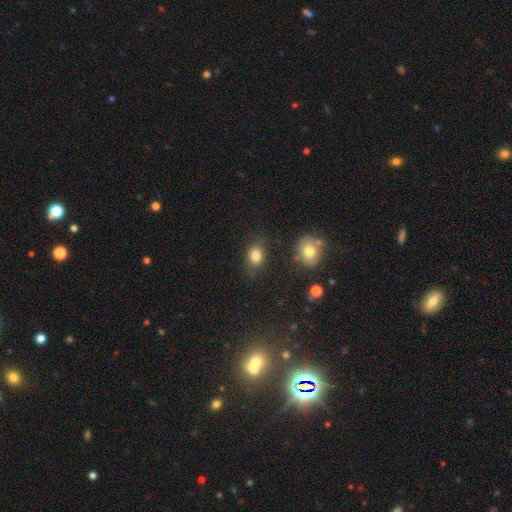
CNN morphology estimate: smooth-or-featured: smooth: 83% | star or artifact: 11% | featured or disk: 7%
  how-rounded: in between: 62% | round: 36% | cigar-shaped: 1%
  merging: none: 76% | minor disturbance: 16% | major disturbance: 5% | merger: 4%